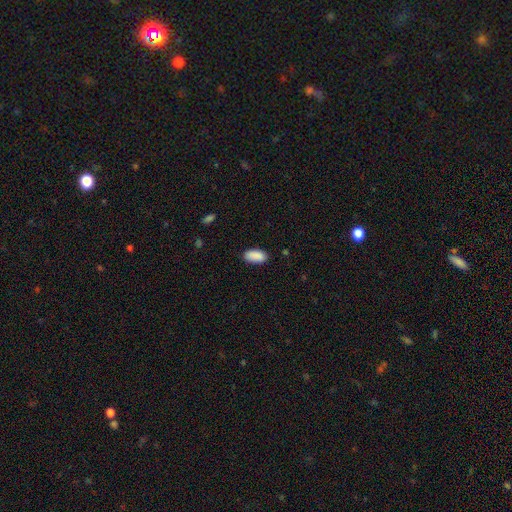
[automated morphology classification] The model was most divided on "merging": none: 86%, minor disturbance: 11%, major disturbance: 2%, merger: 1%. More confident: how rounded — in between (93%); smooth or featured — smooth (90%).